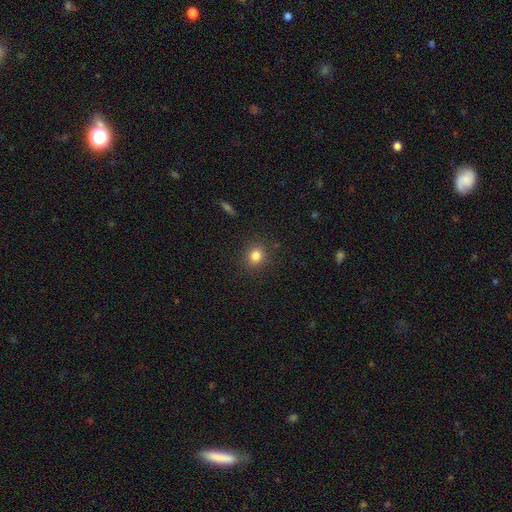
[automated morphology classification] This is clearly a smooth galaxy (82%). How rounded: likely round (77%). Merging: clearly none (87%).